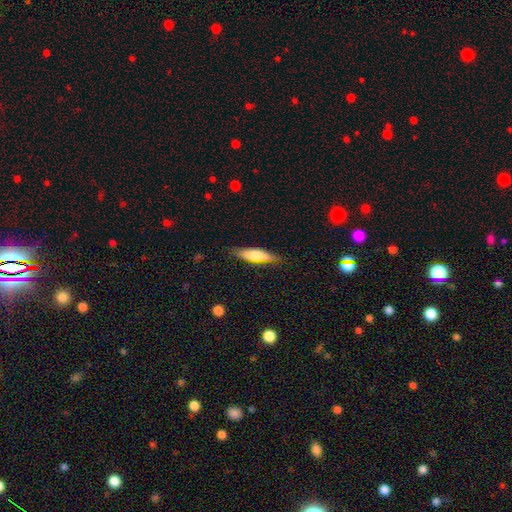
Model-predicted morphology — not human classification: smooth 65%, featured or disk 29%, star or artifact 6%. Down the decision tree: how rounded — cigar-shaped (67%); merging — none (83%).